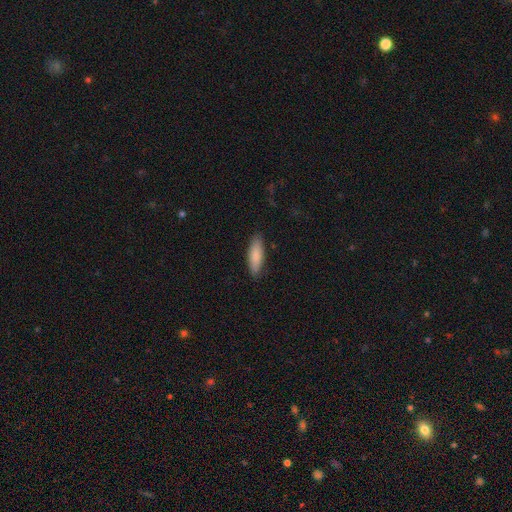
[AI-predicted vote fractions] The model was most divided on "how rounded": in between: 53%, cigar-shaped: 45%, round: 2%. More confident: merging — none (86%); smooth or featured — smooth (86%).